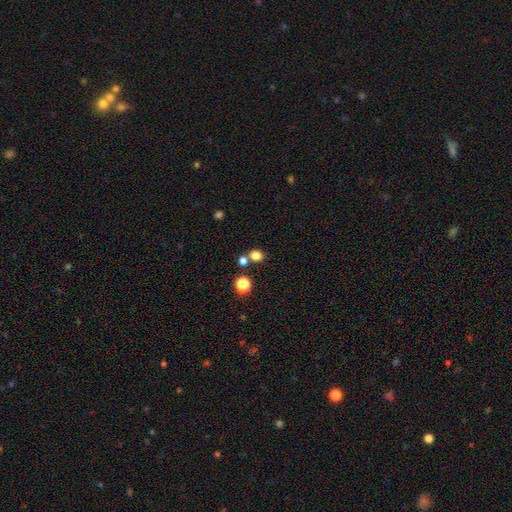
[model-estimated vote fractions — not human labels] Overall: smooth (79%). How rounded: round (68%; in between 31%). Merging: none (70%).